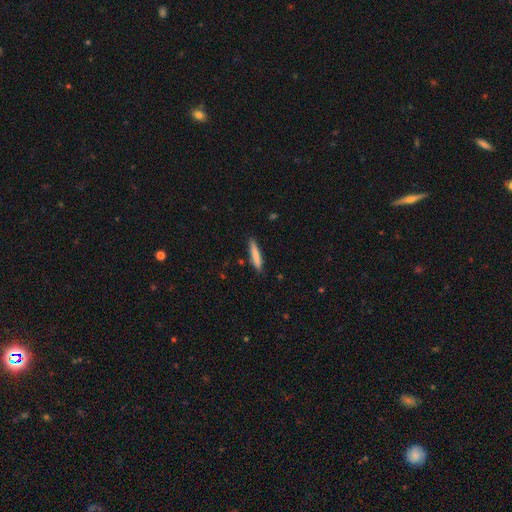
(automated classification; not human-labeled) smooth 79%, featured or disk 15%, star or artifact 6%. Down the decision tree: how rounded — cigar-shaped (91%); merging — none (87%).